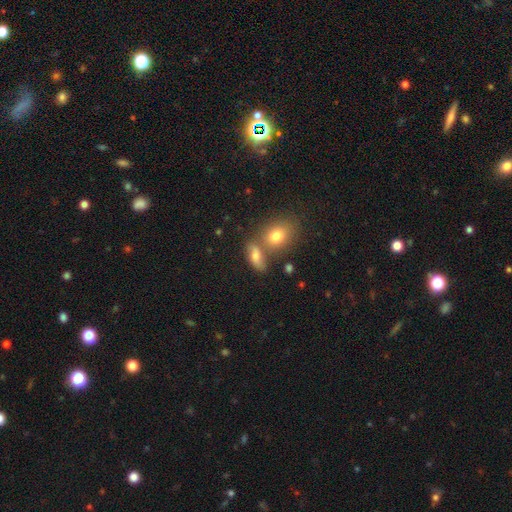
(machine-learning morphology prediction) smooth-or-featured: smooth: 74% | featured or disk: 16% | star or artifact: 10%
  how-rounded: in between: 79% | round: 11% | cigar-shaped: 10%
  merging: none: 49% | merger: 31% | minor disturbance: 14% | major disturbance: 6%